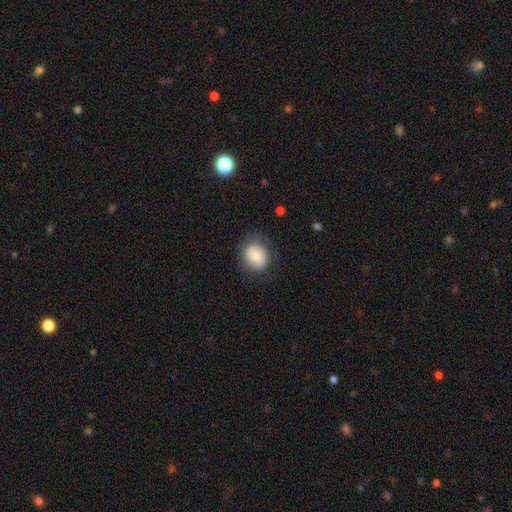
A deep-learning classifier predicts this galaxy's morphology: A smooth galaxy with no disk features (75%) that is round (61%). Merging: none (75%).